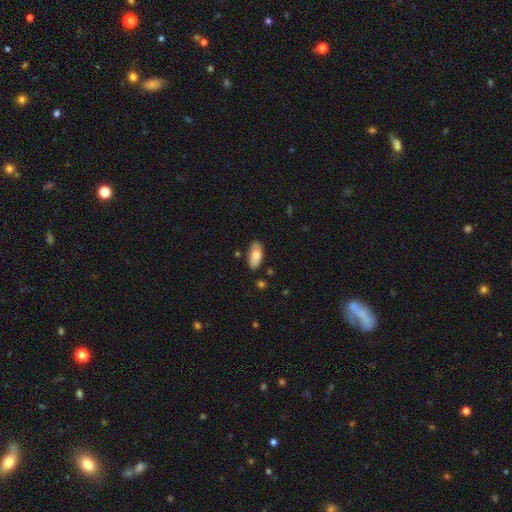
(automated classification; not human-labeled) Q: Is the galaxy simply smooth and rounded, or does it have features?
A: smooth — 75%.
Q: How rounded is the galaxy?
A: in between — 91%.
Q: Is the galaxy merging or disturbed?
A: none — 76%.